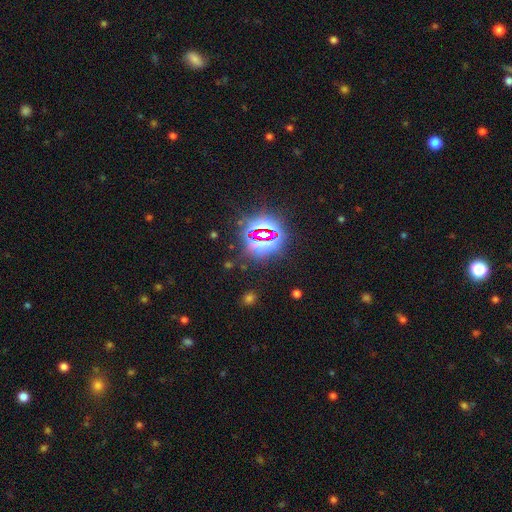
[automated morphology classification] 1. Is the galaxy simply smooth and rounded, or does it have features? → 84% star or artifact, 10% smooth, 6% featured or disk.